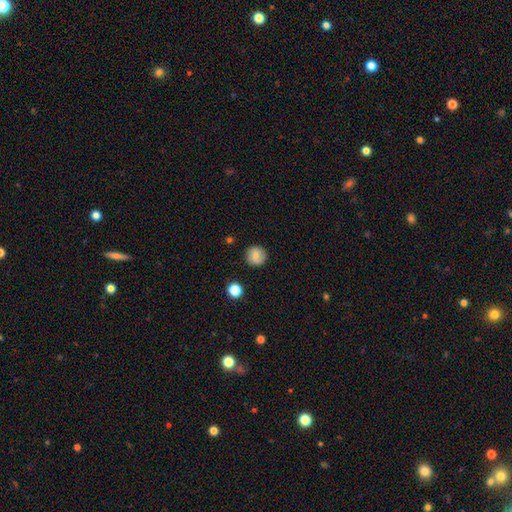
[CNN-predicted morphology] smooth_or_featured: smooth (p=0.76) [alt: featured or disk p=0.15]
how_rounded: round (p=0.94) [alt: in between p=0.05]
merging: none (p=0.89) [alt: minor disturbance p=0.08]